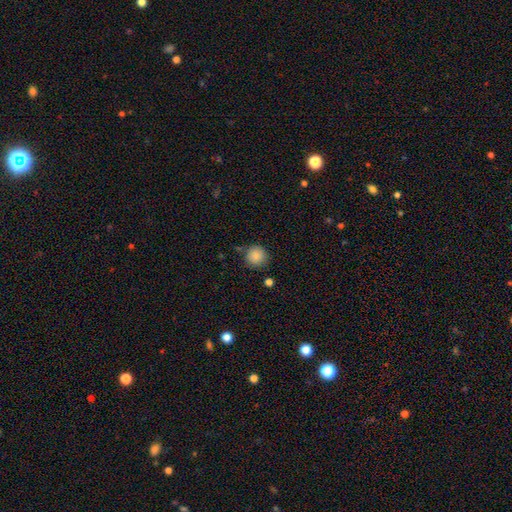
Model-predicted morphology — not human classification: smooth_or_featured: smooth (p=0.88) [alt: star or artifact p=0.09]
how_rounded: round (p=0.94) [alt: in between p=0.05]
merging: none (p=0.83) [alt: minor disturbance p=0.11]